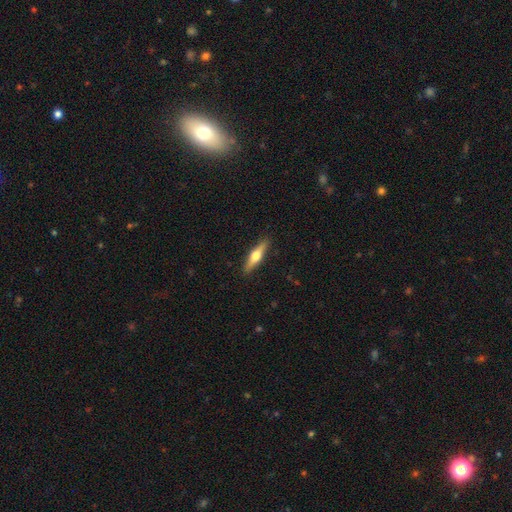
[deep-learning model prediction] This appears to be a featured or disk galaxy (58%) viewed edge-on (96%) with a rounded central bulge (95%). Merging: none (90%).